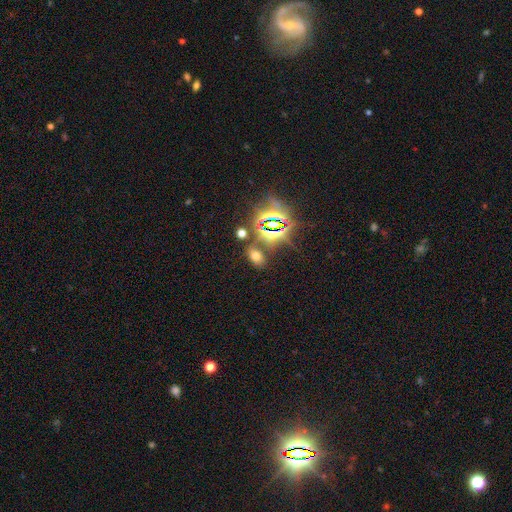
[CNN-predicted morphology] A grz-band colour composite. It shows a smooth galaxy with no disk features (53%) that is in between round and cigar-shaped (86%). Merging: none (78%).